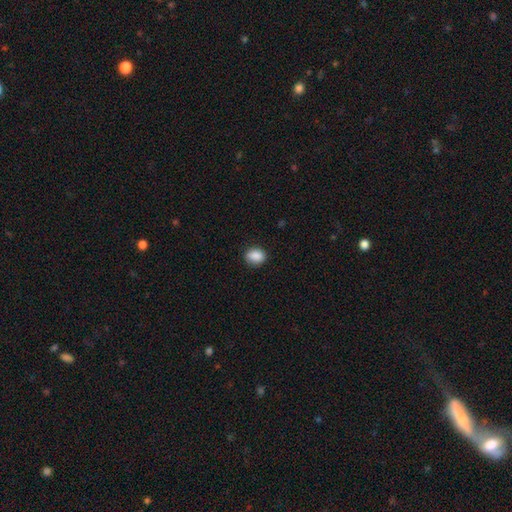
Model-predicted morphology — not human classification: Overall: smooth (88%). How rounded: in between (51%; round 48%). Merging: none (83%).